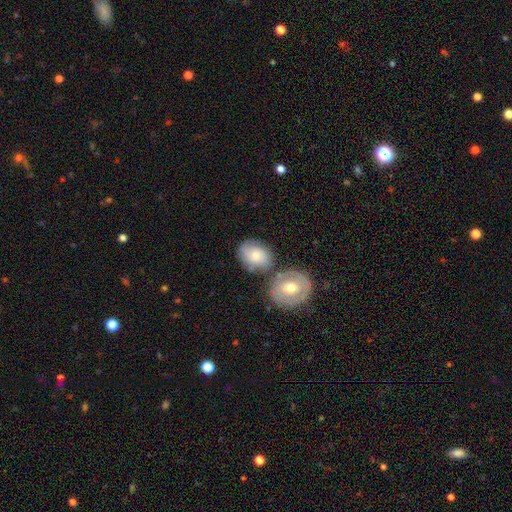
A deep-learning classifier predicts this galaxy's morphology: This appears to be a smooth galaxy with no disk features (61%) that is in between round and cigar-shaped (57%). Merging: none (50%).